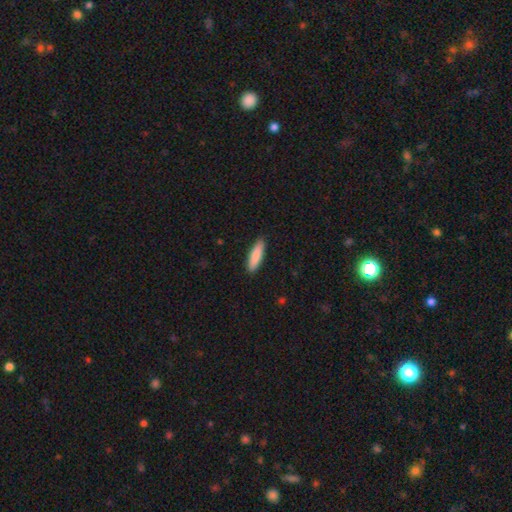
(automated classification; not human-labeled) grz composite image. It shows a smooth galaxy with no disk features (87%) that is cigar-shaped (70%). Merging: none (90%).